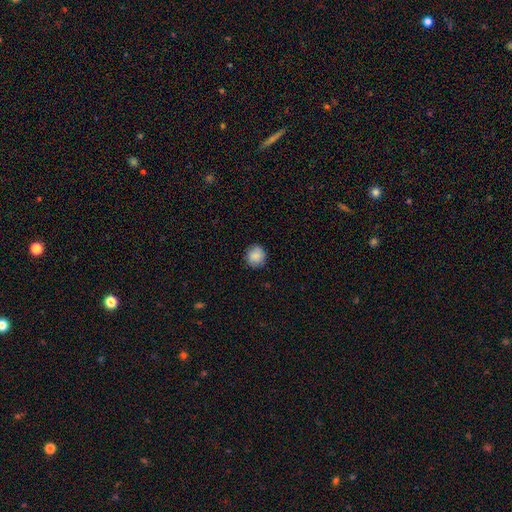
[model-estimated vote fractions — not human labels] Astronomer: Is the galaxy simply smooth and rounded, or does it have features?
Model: smooth — 88%.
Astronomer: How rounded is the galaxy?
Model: round — 91%.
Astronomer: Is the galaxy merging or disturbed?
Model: none — 87%.